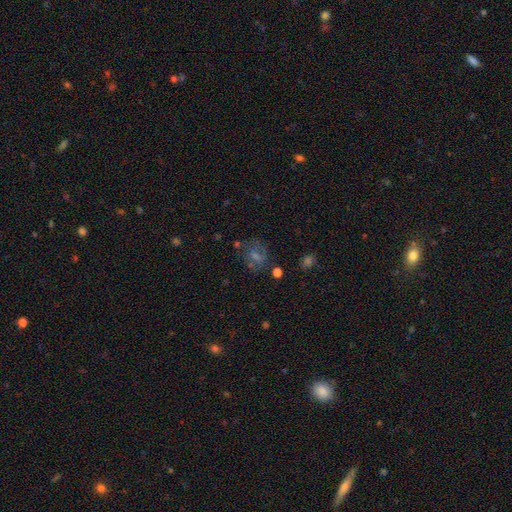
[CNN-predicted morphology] This is marginally a featured or disk galaxy (44%). Merging: likely none (70%).